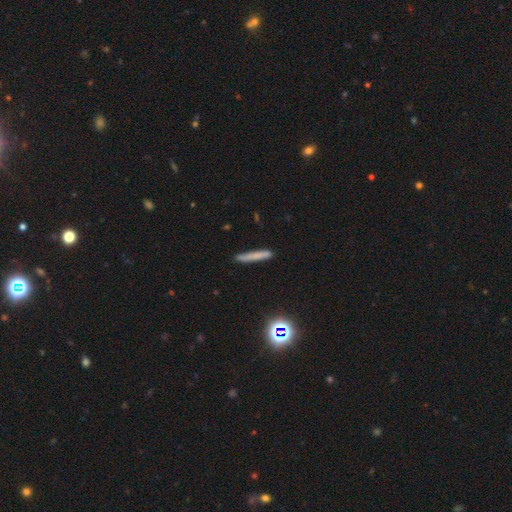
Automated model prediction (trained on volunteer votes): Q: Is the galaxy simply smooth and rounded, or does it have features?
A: smooth — 70%.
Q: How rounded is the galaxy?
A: cigar-shaped — 95%.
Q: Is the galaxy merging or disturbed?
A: none — 86%.